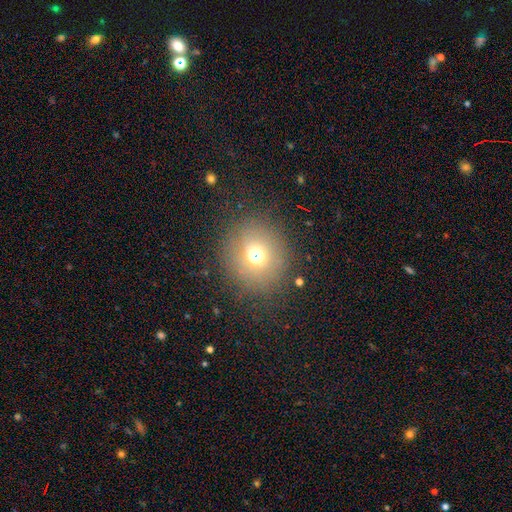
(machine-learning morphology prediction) Overall: smooth (63%). How rounded: round (85%). Merging: none (78%).